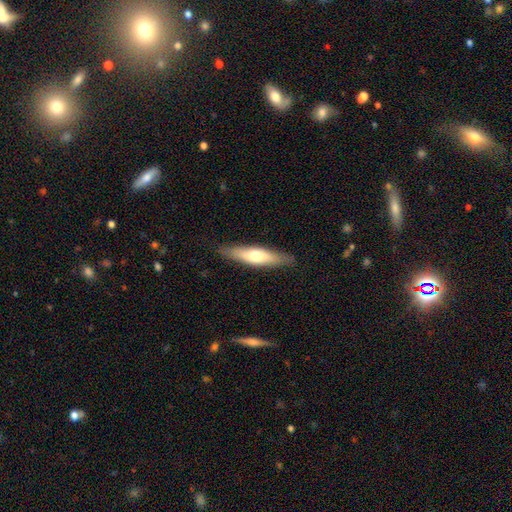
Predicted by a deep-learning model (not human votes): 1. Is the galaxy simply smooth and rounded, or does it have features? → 54% smooth, 41% featured or disk, 5% star or artifact.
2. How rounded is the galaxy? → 75% cigar-shaped, 23% in between, 2% round.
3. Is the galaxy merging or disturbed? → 86% none, 11% minor disturbance, 2% major disturbance, 1% merger.